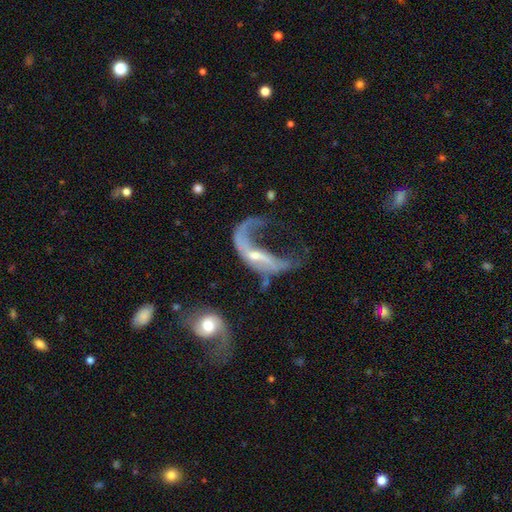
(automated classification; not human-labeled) This is likely a featured or disk galaxy (73%). It is clearly not viewed edge-on (91%). Bar: possibly no (56%). Spiral arm pattern: likely yes (69%). Central bulge: possibly small (56%). Merging: possibly major disturbance (51%).